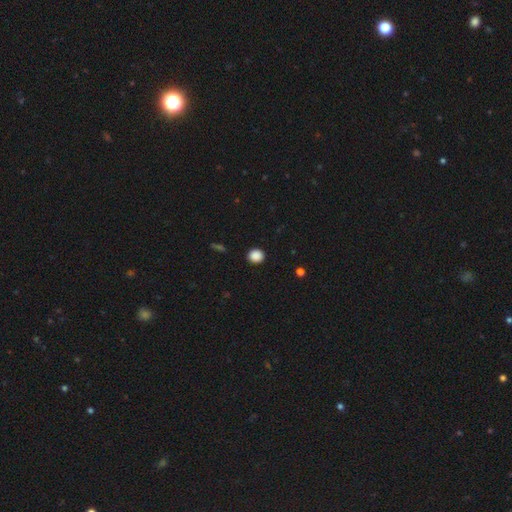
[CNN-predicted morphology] Q: Smooth or featured?
A: smooth (88%); runner-up: star or artifact (9%)
Q: How rounded?
A: round (80%); runner-up: in between (19%)
Q: Merging?
A: none (91%); runner-up: minor disturbance (6%)